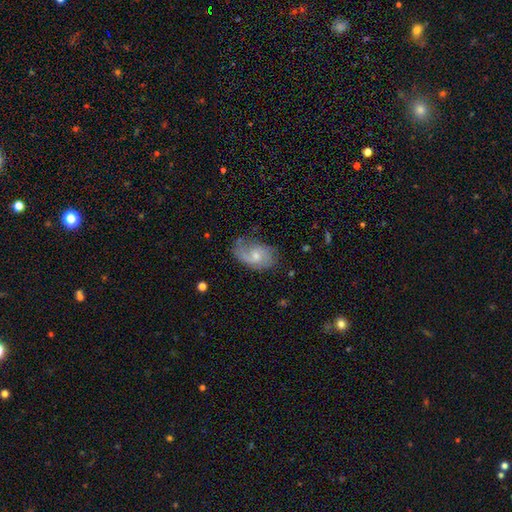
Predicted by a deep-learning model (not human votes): Morphology: type=featured or disk (68%); edge-on=no (96%); bar=no (59%); spiral arms=yes (90%); winding=medium (41%); arm count=2 (54%); bulge=small (52%); merging=none (57%).